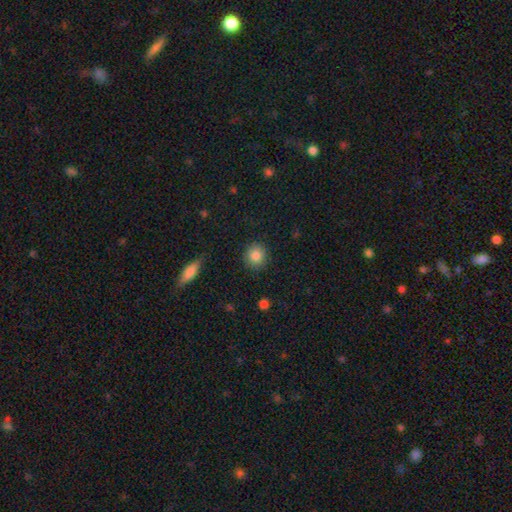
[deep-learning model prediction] Smooth or featured? Predicted: smooth (p=0.85). How rounded? Predicted: round (p=0.86). Merging? Predicted: none (p=0.88).